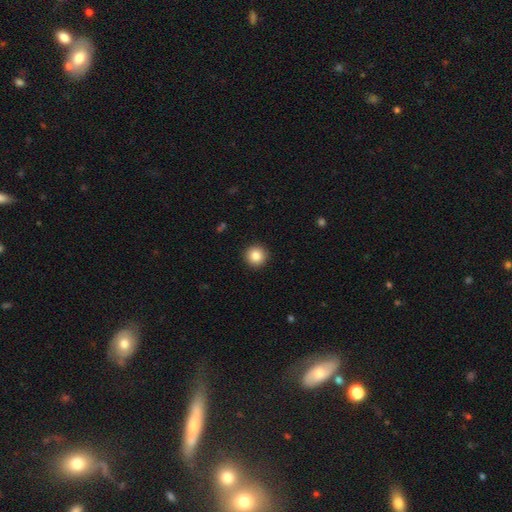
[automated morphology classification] Smooth or featured? Predicted: smooth (p=0.84). How rounded? Predicted: round (p=0.95). Merging? Predicted: none (p=0.93).